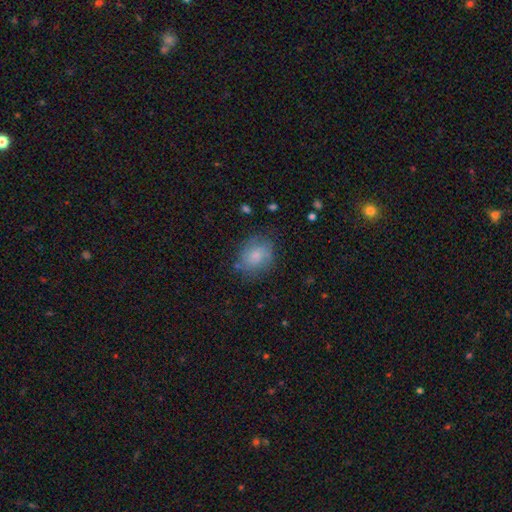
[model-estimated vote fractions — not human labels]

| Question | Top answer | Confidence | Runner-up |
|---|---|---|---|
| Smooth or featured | smooth | 71% | featured or disk (20%) |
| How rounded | in between | 55% | round (44%) |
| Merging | none | 70% | minor disturbance (21%) |